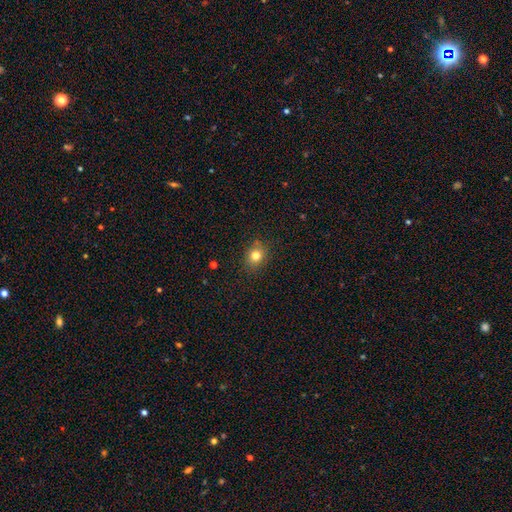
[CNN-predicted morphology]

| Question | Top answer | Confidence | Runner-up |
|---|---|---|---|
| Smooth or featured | smooth | 80% | star or artifact (13%) |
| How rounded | round | 63% | in between (36%) |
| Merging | none | 85% | minor disturbance (11%) |